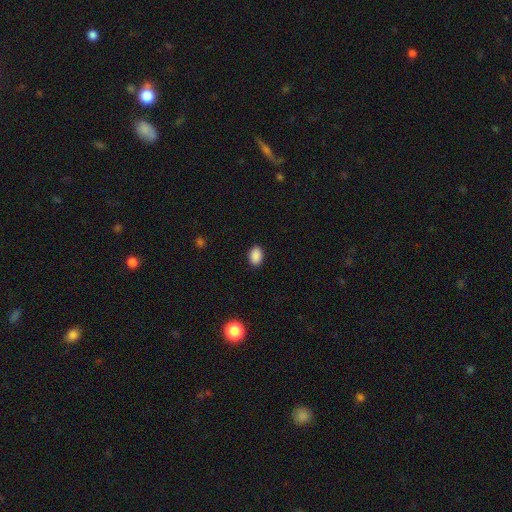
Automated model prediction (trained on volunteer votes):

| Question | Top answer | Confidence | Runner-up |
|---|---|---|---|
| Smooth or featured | smooth | 89% | star or artifact (9%) |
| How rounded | in between | 82% | round (17%) |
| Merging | none | 89% | minor disturbance (8%) |